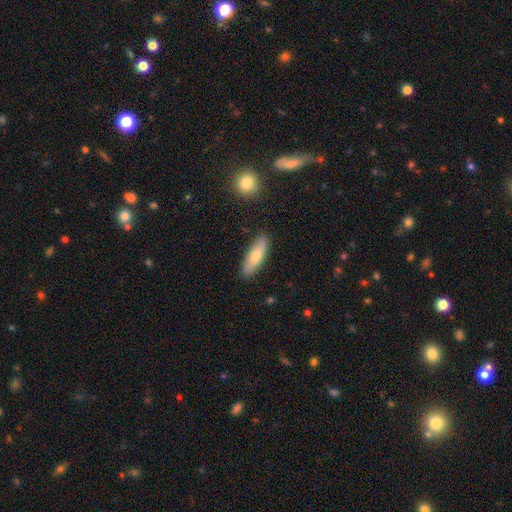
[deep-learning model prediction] A smooth galaxy with no disk features (71%) that is in between round and cigar-shaped (53%). Merging: none (87%).